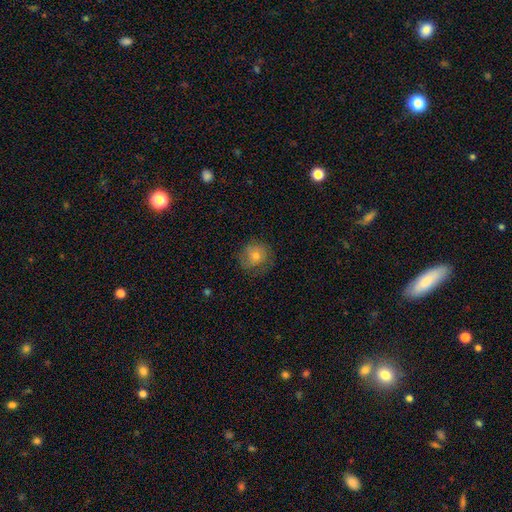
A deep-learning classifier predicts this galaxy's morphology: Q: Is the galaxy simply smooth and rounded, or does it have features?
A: smooth — 60%.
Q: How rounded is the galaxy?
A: round — 83%.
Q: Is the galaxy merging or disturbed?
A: none — 72%.